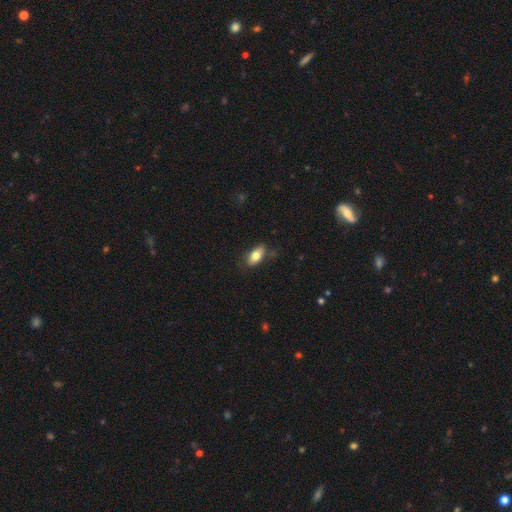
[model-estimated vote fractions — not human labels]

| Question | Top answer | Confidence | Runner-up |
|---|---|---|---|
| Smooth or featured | smooth | 76% | featured or disk (17%) |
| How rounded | in between | 86% | cigar-shaped (10%) |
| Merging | none | 77% | minor disturbance (18%) |